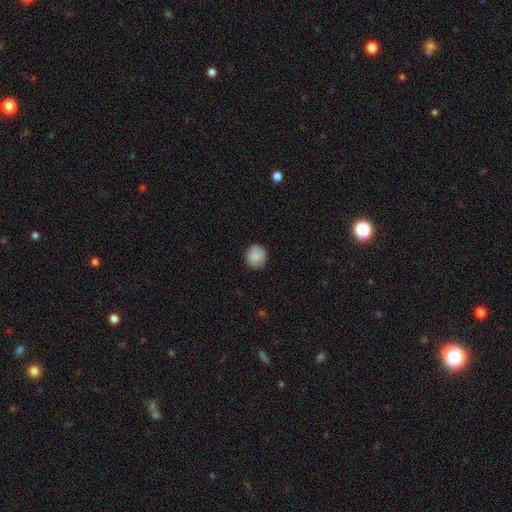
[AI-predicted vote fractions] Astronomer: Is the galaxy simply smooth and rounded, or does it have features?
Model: smooth — 87%.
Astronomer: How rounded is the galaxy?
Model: round — 85%.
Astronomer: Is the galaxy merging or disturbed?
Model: none — 84%.